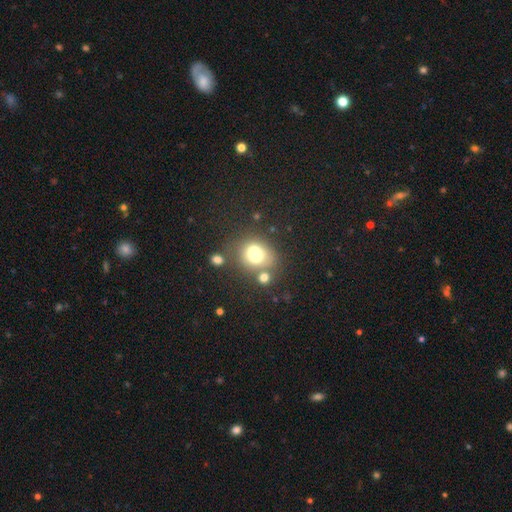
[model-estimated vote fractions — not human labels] Smooth or featured? Predicted: smooth (p=0.66). How rounded? Predicted: round (p=0.57). Merging? Predicted: none (p=0.41).